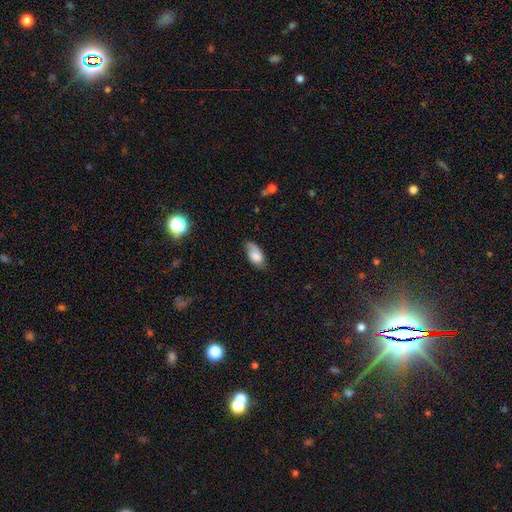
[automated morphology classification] smooth-or-featured: smooth: 74% | featured or disk: 18% | star or artifact: 8%
  how-rounded: in between: 90% | cigar-shaped: 6% | round: 4%
  merging: none: 56% | minor disturbance: 32% | major disturbance: 9% | merger: 2%